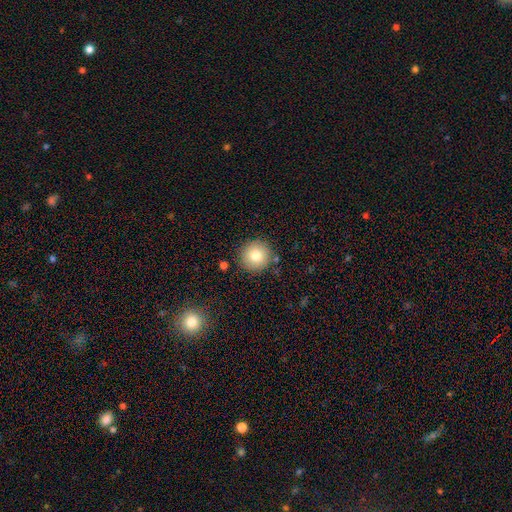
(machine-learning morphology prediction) smooth 80%, featured or disk 10%, star or artifact 10%. Down the decision tree: how rounded — round (94%); merging — none (87%).